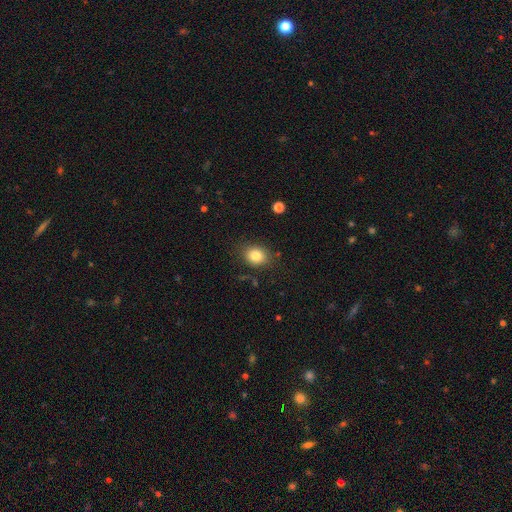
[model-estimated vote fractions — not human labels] Overall: smooth (82%). How rounded: round (53%; in between 46%). Merging: none (82%).